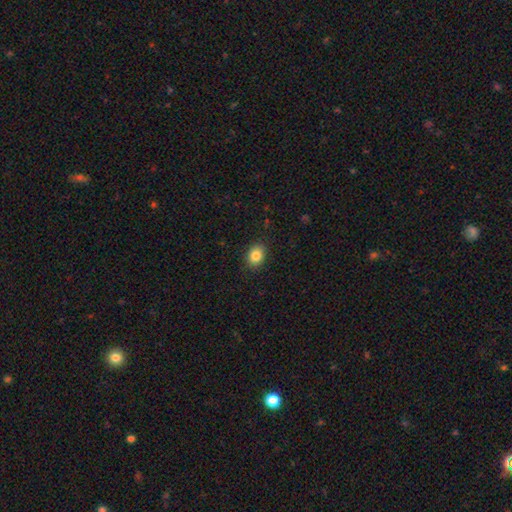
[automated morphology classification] Smooth or featured? smooth (85%)
How rounded? in between (61%)
Merging? none (88%)